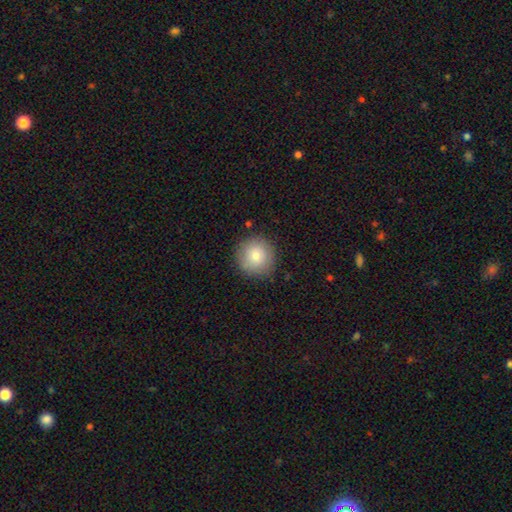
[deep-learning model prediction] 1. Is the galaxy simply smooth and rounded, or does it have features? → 81% smooth, 11% featured or disk, 9% star or artifact.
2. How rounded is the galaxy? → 94% round, 5% in between, 1% cigar-shaped.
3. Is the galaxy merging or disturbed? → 87% none, 9% minor disturbance, 3% major disturbance, 1% merger.